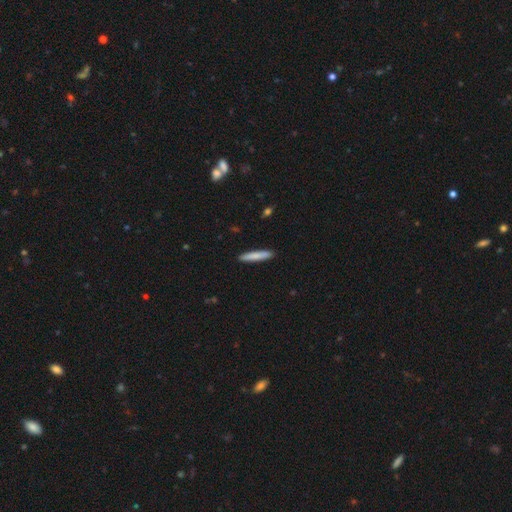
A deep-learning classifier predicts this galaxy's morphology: type=smooth (79%); roundness=cigar-shaped (93%); merging=none (91%).